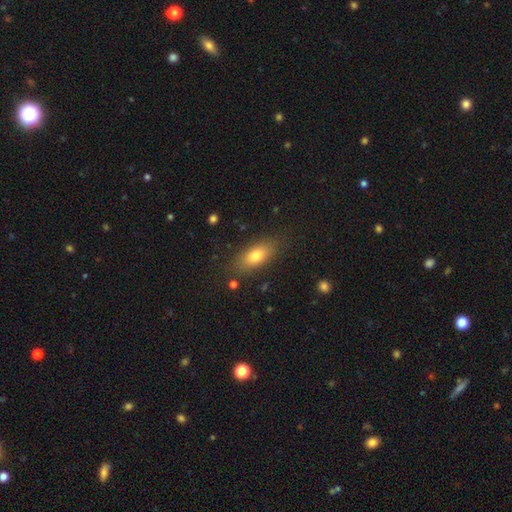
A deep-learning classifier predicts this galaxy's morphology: smooth_or_featured: smooth (p=0.76) [alt: featured or disk p=0.15]
how_rounded: in between (p=0.78) [alt: cigar-shaped p=0.18]
merging: none (p=0.85) [alt: minor disturbance p=0.11]